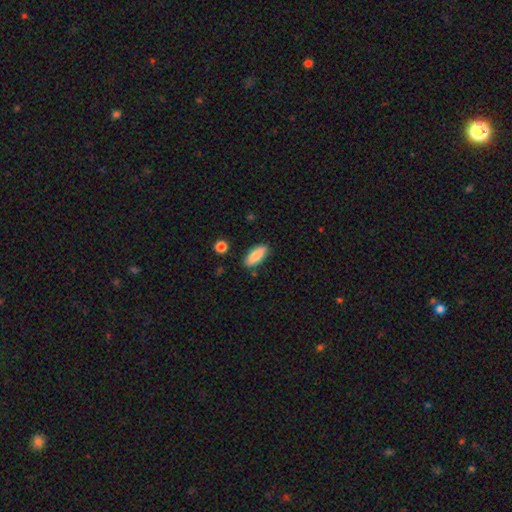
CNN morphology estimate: This is clearly a smooth galaxy (86%). How rounded: clearly in between (81%). Merging: clearly none (84%).